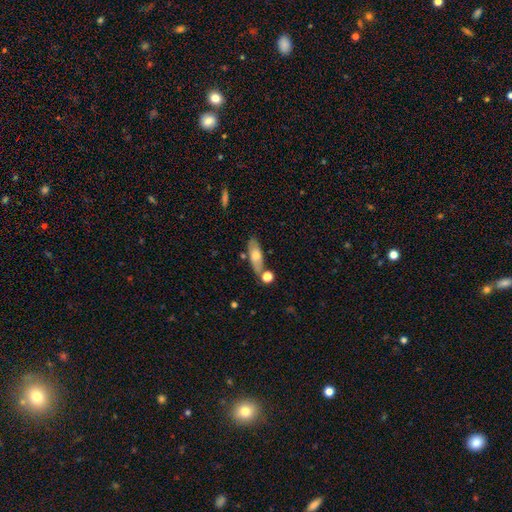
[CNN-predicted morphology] This is likely a smooth galaxy (63%). How rounded: likely in between (63%). Merging: likely none (67%).